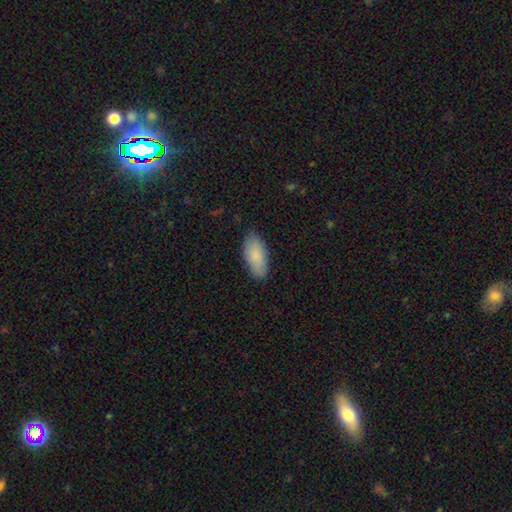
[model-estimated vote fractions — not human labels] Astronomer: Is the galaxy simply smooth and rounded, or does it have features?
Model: smooth — 87%.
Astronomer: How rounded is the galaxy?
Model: in between — 89%.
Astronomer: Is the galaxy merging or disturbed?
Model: none — 84%.